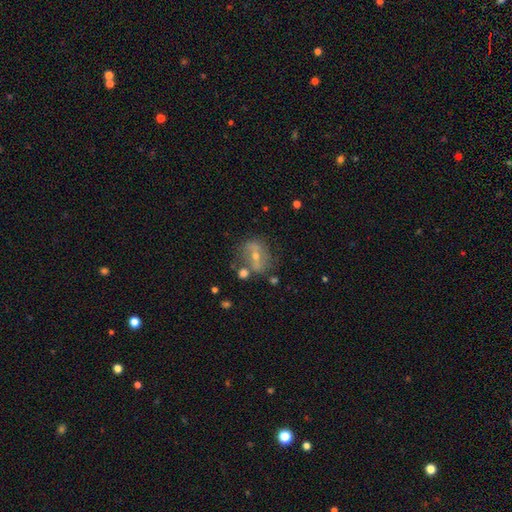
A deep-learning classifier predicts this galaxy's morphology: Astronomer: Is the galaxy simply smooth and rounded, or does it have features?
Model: featured or disk — 63%.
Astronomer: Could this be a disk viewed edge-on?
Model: no — 91%.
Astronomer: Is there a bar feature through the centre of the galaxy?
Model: strong — 39% (runner-up: weak, 35%).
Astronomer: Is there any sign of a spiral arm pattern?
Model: yes — 56% (runner-up: no, 44%).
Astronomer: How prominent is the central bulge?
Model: small — 52% (runner-up: moderate, 42%).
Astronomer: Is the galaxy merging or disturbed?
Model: none — 60%.